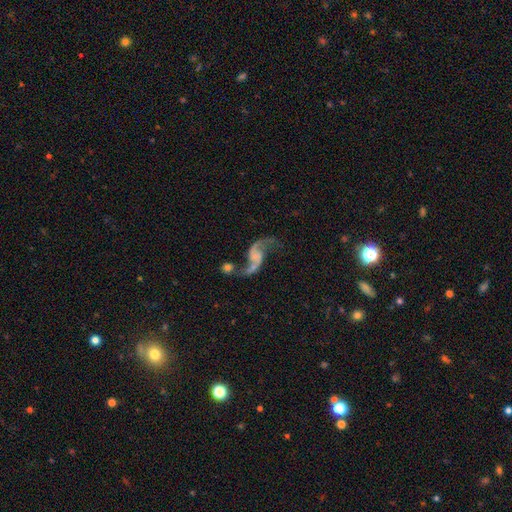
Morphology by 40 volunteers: This appears to be a featured or disk galaxy (90%) with no bar (67%), 2 (91%) loose (91%) spiral arms (92%) and a small central bulge (50%). Merging: merger (39%).